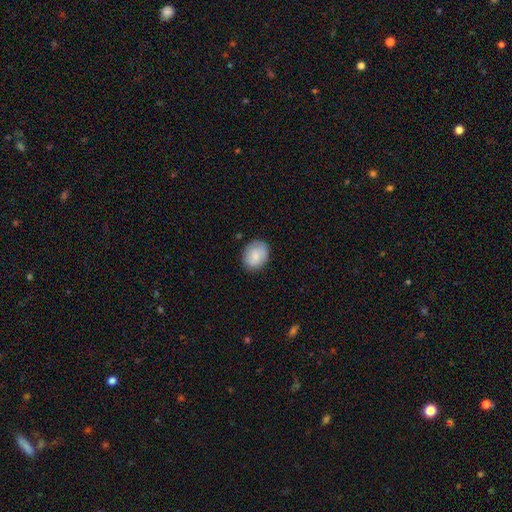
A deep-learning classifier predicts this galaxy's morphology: smooth-or-featured: smooth: 81% | featured or disk: 12% | star or artifact: 7%
  how-rounded: round: 53% | in between: 46% | cigar-shaped: 1%
  merging: none: 82% | minor disturbance: 14% | major disturbance: 3% | merger: 1%